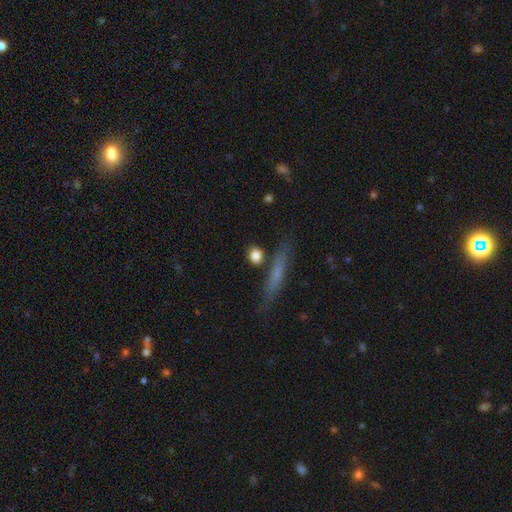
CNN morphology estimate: A smooth galaxy with no disk features (82%) that is round (57%). Merging: none (76%).